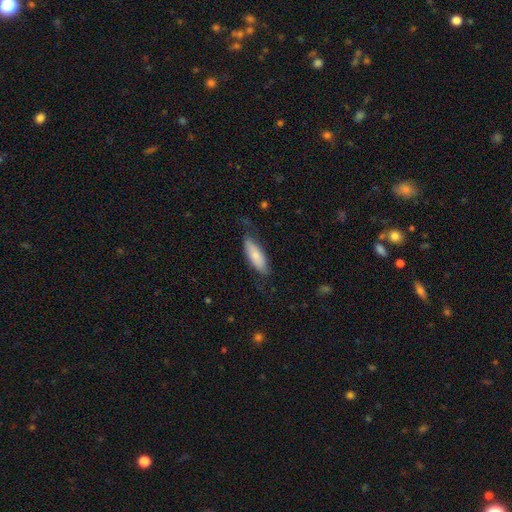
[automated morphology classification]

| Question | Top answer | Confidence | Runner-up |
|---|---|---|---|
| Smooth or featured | smooth | 72% | featured or disk (23%) |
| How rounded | in between | 63% | cigar-shaped (36%) |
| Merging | none | 68% | minor disturbance (23%) |